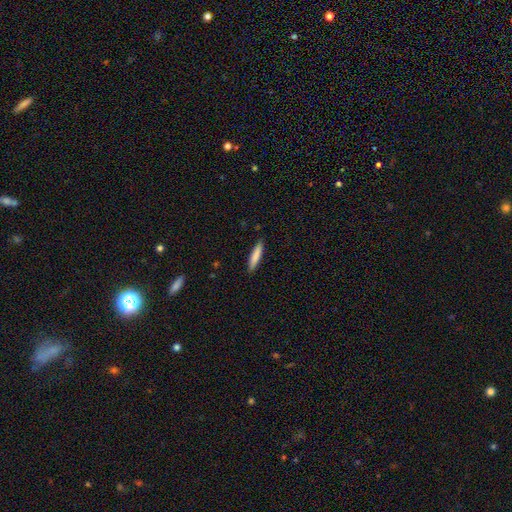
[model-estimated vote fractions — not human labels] smooth-or-featured: smooth: 81% | featured or disk: 13% | star or artifact: 6%
  how-rounded: cigar-shaped: 86% | in between: 13% | round: 1%
  merging: none: 88% | minor disturbance: 9% | major disturbance: 2% | merger: 1%